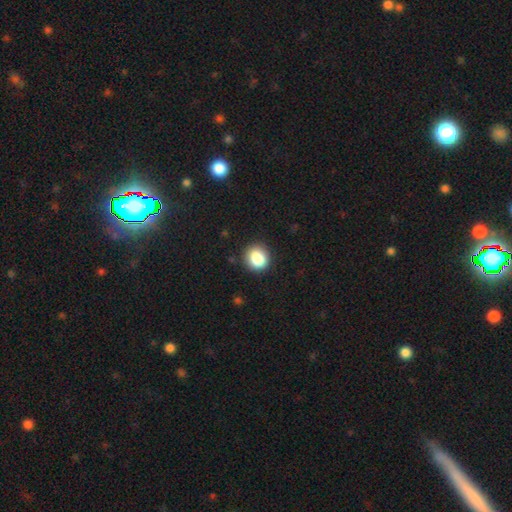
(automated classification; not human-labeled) Smooth or featured? Predicted: smooth (p=0.84). How rounded? Predicted: round (p=0.82). Merging? Predicted: none (p=0.87).